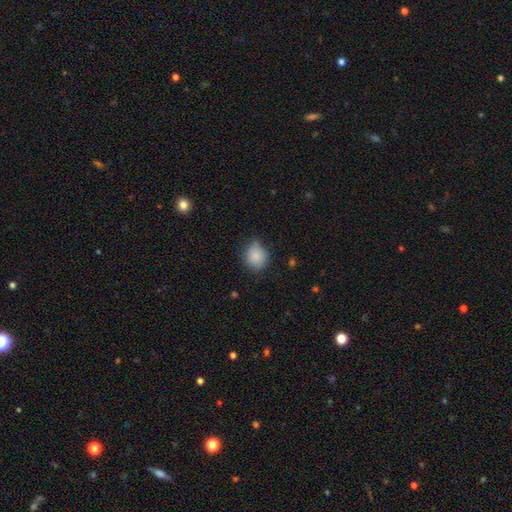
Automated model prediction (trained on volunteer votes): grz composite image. It shows a smooth galaxy with no disk features (85%) that is round (74%). Merging: none (66%).